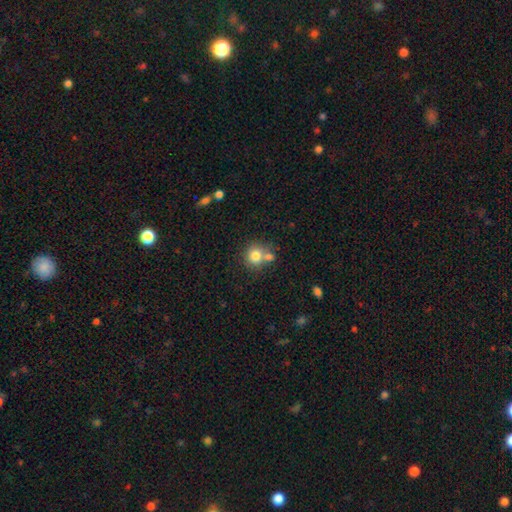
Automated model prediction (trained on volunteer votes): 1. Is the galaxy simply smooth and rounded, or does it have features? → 79% smooth, 11% featured or disk, 11% star or artifact.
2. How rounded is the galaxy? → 86% round, 13% in between, 1% cigar-shaped.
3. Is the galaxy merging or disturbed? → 54% none, 33% merger, 10% minor disturbance, 4% major disturbance.